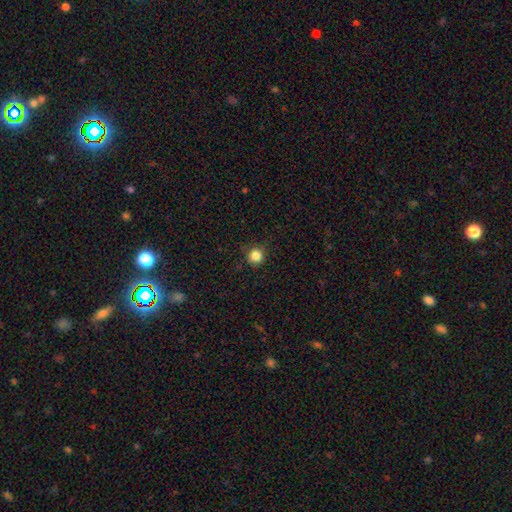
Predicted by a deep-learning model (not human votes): smooth 84%, star or artifact 12%, featured or disk 4%. Down the decision tree: how rounded — round (94%); merging — none (88%).